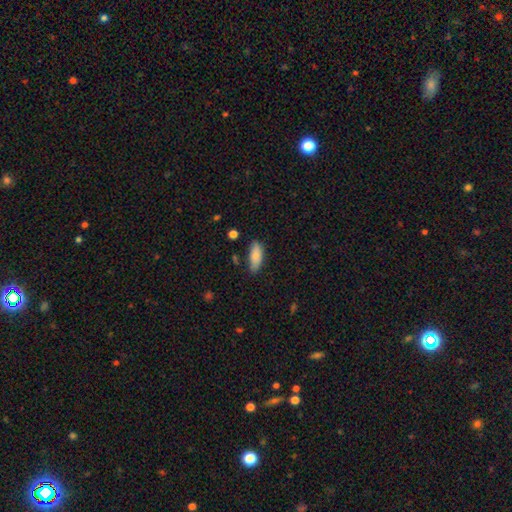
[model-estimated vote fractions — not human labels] smooth_or_featured: smooth (p=0.83) [alt: featured or disk p=0.10]
how_rounded: in between (p=0.78) [alt: cigar-shaped p=0.20]
merging: none (p=0.78) [alt: minor disturbance p=0.16]